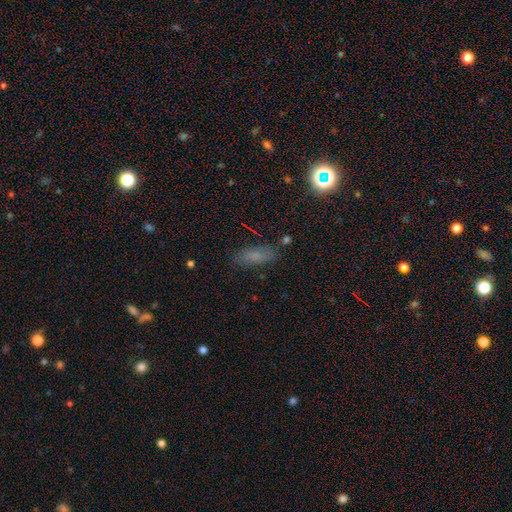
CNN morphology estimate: smooth_or_featured: smooth (p=0.67) [alt: star or artifact p=0.18]
how_rounded: in between (p=0.66) [alt: cigar-shaped p=0.30]
merging: none (p=0.81) [alt: minor disturbance p=0.13]